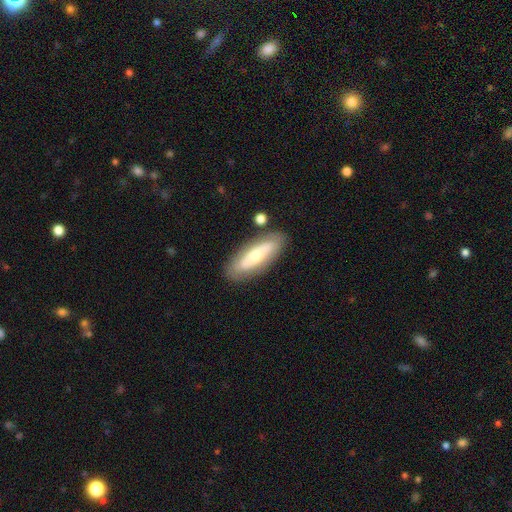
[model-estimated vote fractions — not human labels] Overall: featured or disk (48%; smooth 47%). Merging: none (79%).